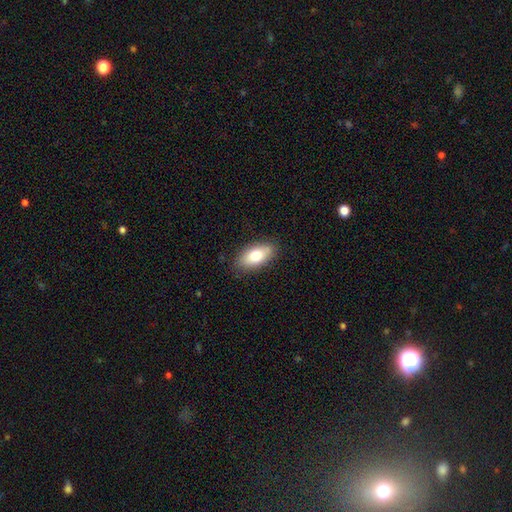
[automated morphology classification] type=smooth (77%); roundness=in between (88%); merging=none (85%).